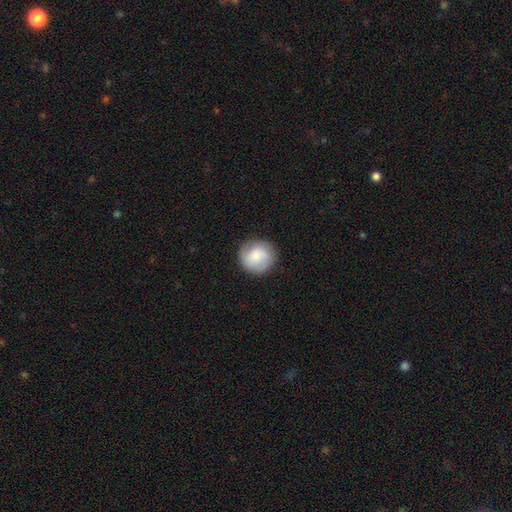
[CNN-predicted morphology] This appears to be a smooth galaxy with no disk features (69%) that is round (92%). Merging: none (85%).